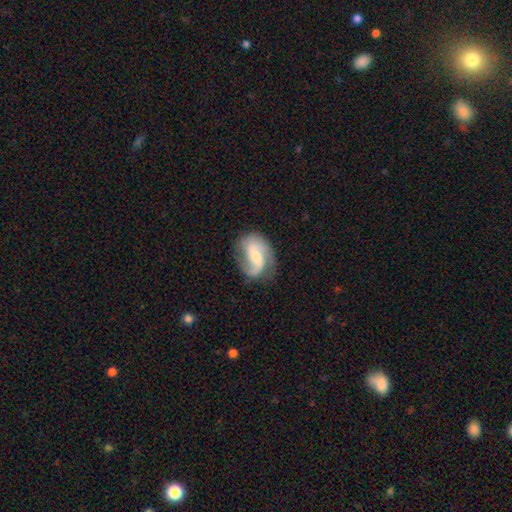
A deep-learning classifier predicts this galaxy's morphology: A featured or disk galaxy (81%) with a weak bar (45%), 2 (82%) medium (44%) spiral arms (96%) and a small central bulge (45%). Merging: none (71%).